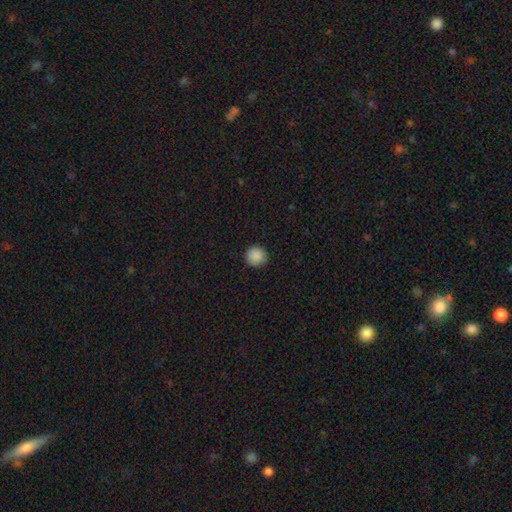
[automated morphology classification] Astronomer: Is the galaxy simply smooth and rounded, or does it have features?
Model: smooth — 89%.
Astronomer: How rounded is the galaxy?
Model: round — 94%.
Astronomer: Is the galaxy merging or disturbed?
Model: none — 92%.